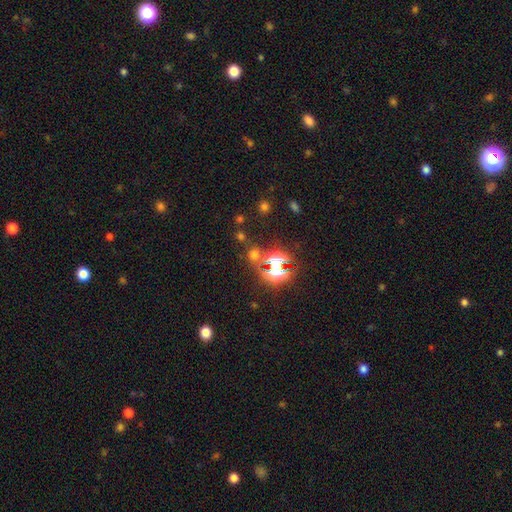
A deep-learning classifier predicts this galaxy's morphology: A star or artifact, not a galaxy (69%).